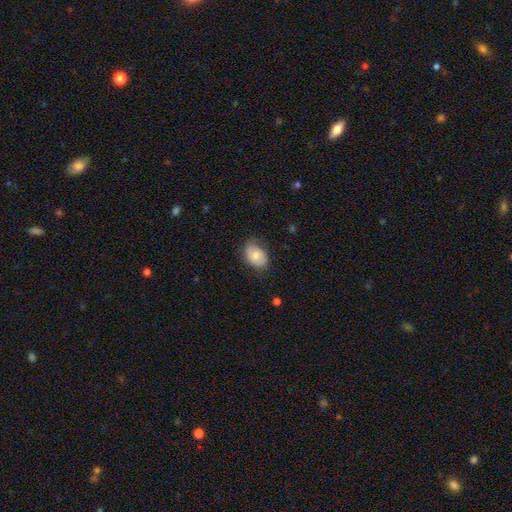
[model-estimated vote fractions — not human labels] Morphology: type=smooth (70%); roundness=in between (83%); merging=none (75%).